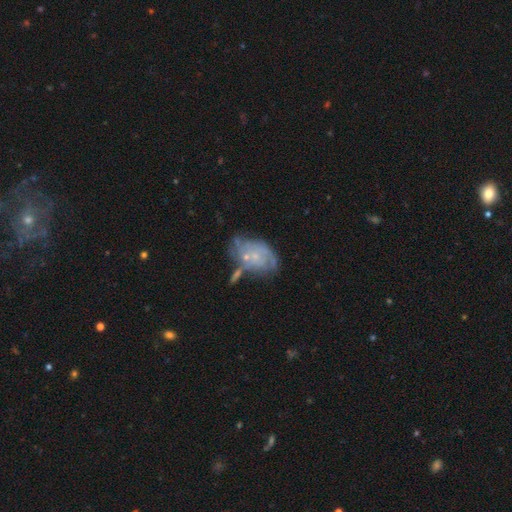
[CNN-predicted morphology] Smooth or featured: featured or disk — 72% (smooth — 19%)
Edge-on disk: no — 97% (yes — 3%)
Bar: no — 80% (weak — 17%)
Spiral arms: yes — 80% (no — 20%)
Spiral winding: tight — 50% (medium — 35%)
Spiral arm count: can't tell — 48% (2 — 22%)
Bulge size: small — 79% (moderate — 12%)
Merging: none — 39% (minor disturbance — 25%)